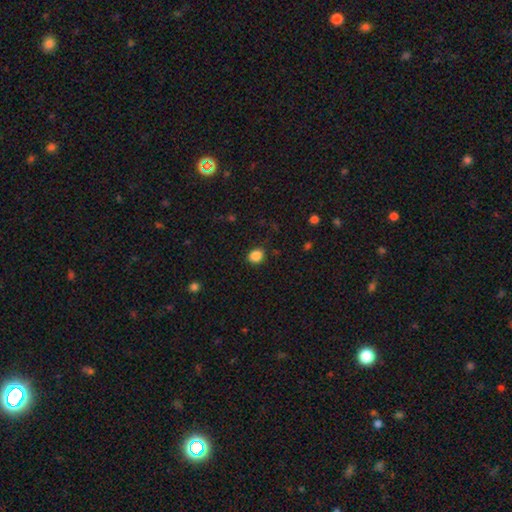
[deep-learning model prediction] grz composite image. It shows a smooth galaxy with no disk features (86%) that is round (69%). Merging: none (84%).